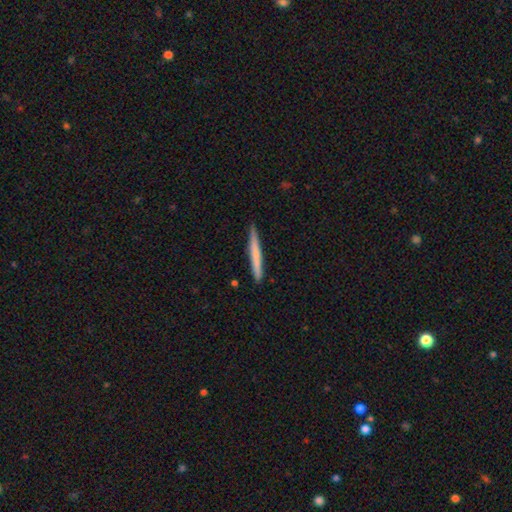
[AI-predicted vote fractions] Smooth or featured? Predicted: smooth (p=0.65). How rounded? Predicted: cigar-shaped (p=0.97). Merging? Predicted: none (p=0.90).